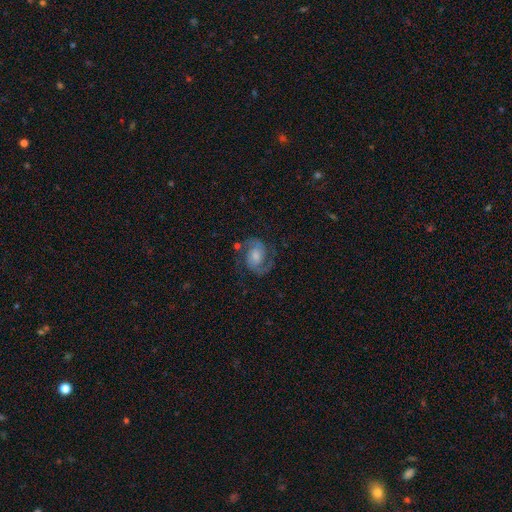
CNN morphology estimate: Smooth or featured: featured or disk — 86% (smooth — 8%)
Edge-on disk: no — 98% (yes — 2%)
Bar: no — 50% (weak — 40%)
Spiral arms: yes — 97% (no — 3%)
Spiral winding: medium — 59% (loose — 21%)
Spiral arm count: 2 — 93% (can't tell — 2%)
Bulge size: moderate — 40% (small — 27%)
Merging: none — 75% (minor disturbance — 15%)